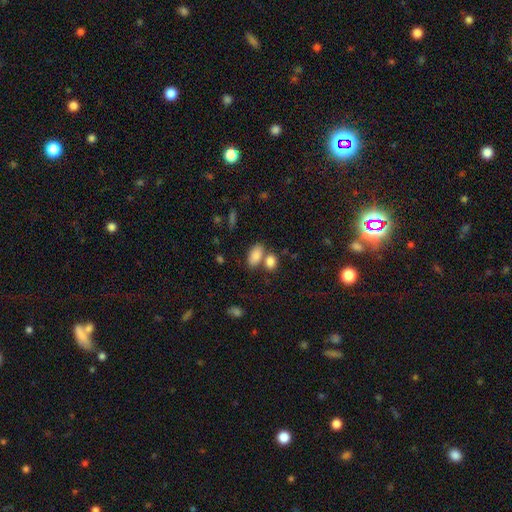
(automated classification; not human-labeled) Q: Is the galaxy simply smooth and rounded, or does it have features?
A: smooth — 85%.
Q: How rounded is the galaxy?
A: in between — 91%.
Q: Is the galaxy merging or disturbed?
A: none — 50%.